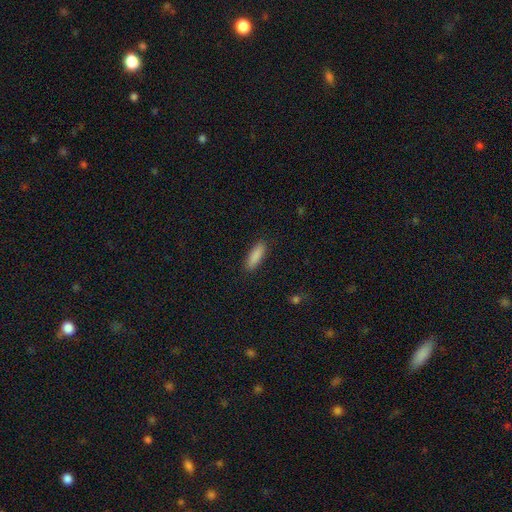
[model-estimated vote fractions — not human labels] This appears to be a smooth galaxy with no disk features (89%) that is in between round and cigar-shaped (54%). Merging: none (90%).